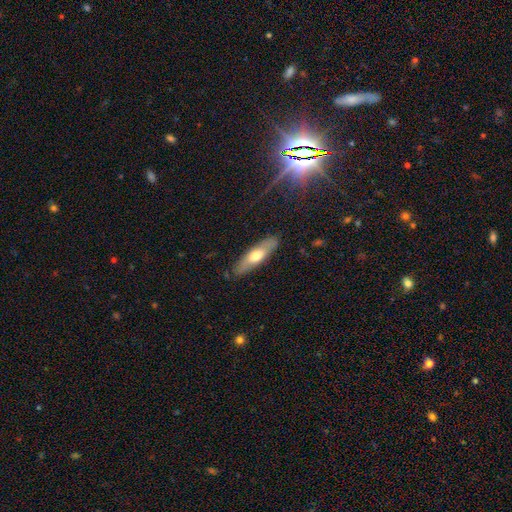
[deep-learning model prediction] The model was most divided on "smooth or featured": smooth: 57%, featured or disk: 37%, star or artifact: 6%. More confident: merging — none (84%); how rounded — cigar-shaped (63%).